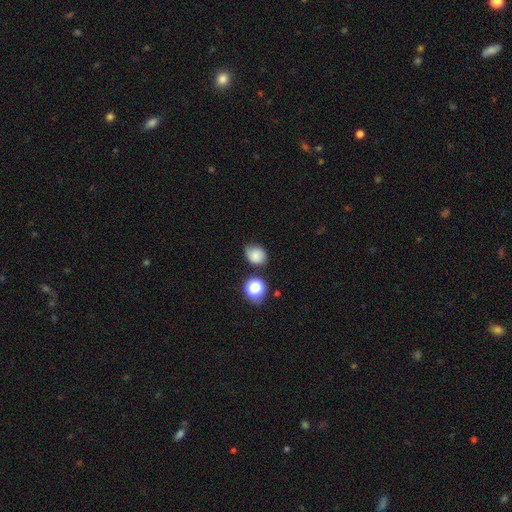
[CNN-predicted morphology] The model was most divided on "how rounded": round: 57%, in between: 42%, cigar-shaped: 1%. More confident: smooth or featured — smooth (75%); merging — none (67%).